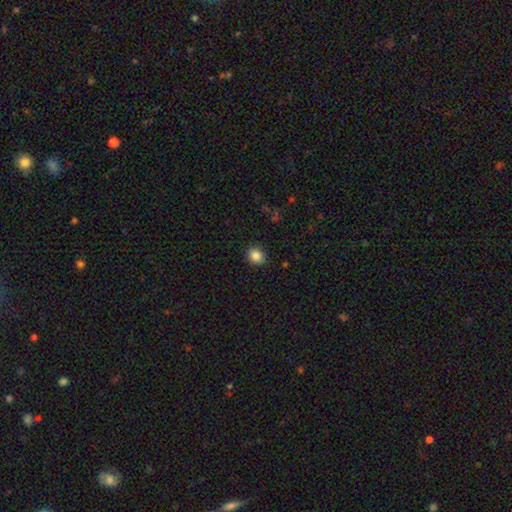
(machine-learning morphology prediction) A smooth galaxy with no disk features (86%) that is round (62%). Merging: none (89%).